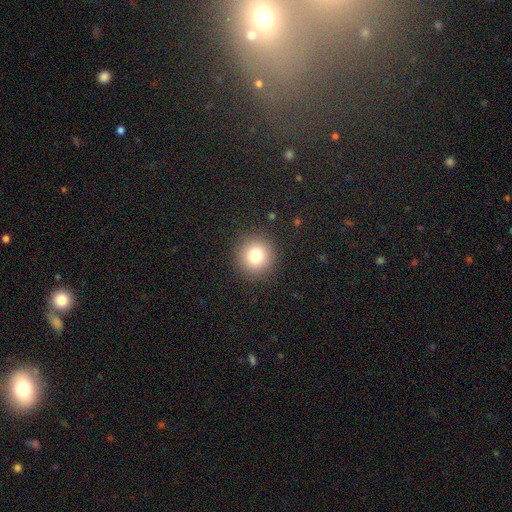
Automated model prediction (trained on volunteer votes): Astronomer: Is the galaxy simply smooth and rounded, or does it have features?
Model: smooth — 78%.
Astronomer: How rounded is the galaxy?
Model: round — 95%.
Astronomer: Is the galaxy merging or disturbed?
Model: none — 91%.